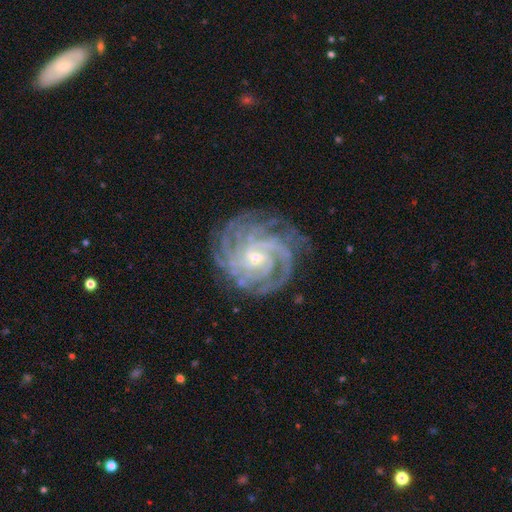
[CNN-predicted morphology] The model was most divided on "spiral arm count": 4: 25%, more than 4: 24%, can't tell: 21%, 3: 14%, 2: 9%, 1: 8%. More confident: spiral arms — yes (98%); edge-on disk — no (98%); smooth or featured — featured or disk (90%); merging — none (78%); spiral winding — tight (77%); bulge size — small (63%); bar — no (50%).